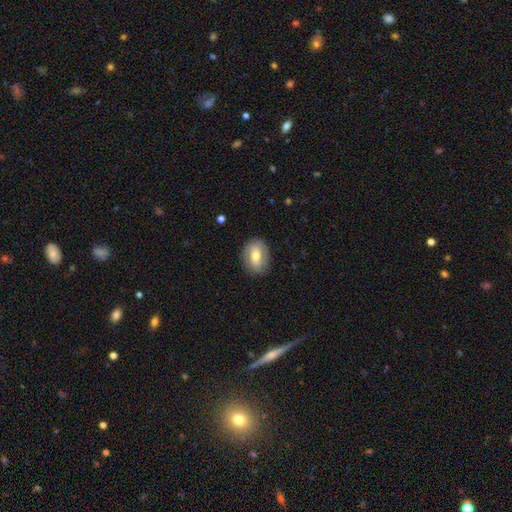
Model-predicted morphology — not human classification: The model was most divided on "smooth or featured": featured or disk: 50%, smooth: 43%, star or artifact: 7%. More confident: edge-on disk — no (94%); merging — none (82%).